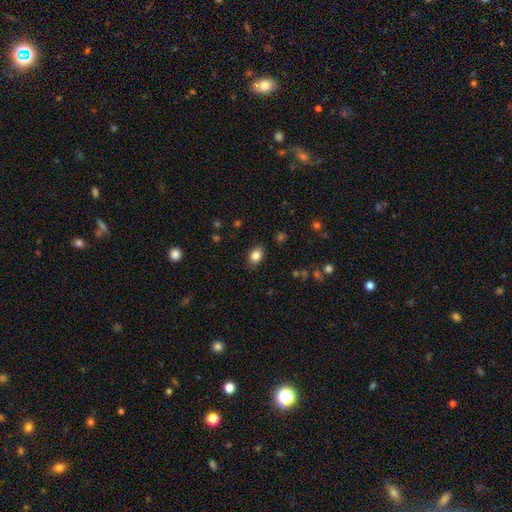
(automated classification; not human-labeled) This is clearly a smooth galaxy (84%). How rounded: likely in between (77%). Merging: clearly none (86%).